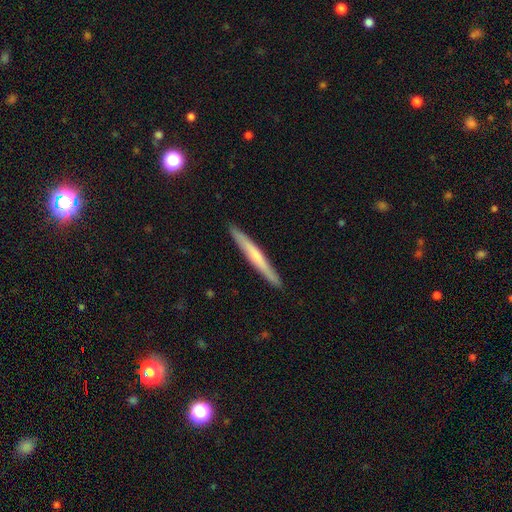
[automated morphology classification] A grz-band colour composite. It shows a featured or disk galaxy (48%). Merging: none (92%).